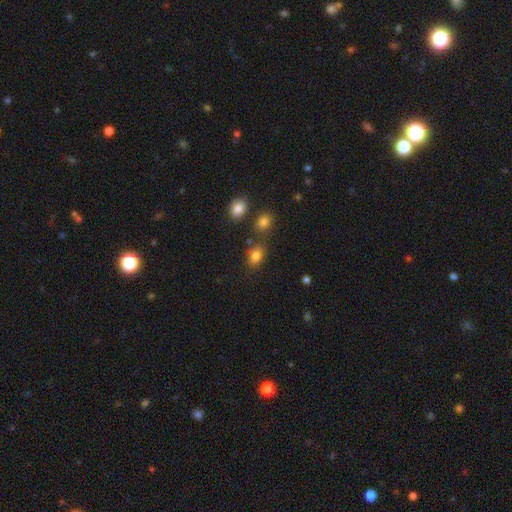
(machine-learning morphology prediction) The model was most divided on "how rounded": in between: 68%, round: 30%, cigar-shaped: 1%. More confident: smooth or featured — smooth (82%); merging — none (68%).